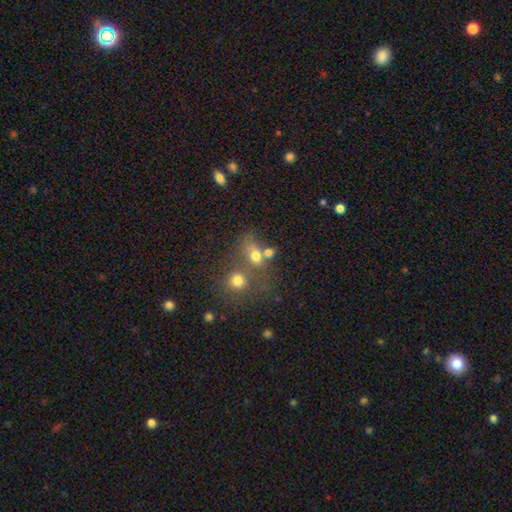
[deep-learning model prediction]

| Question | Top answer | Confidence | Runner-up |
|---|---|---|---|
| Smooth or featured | smooth | 68% | featured or disk (16%) |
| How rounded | in between | 50% | round (47%) |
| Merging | merger | 47% | none (33%) |